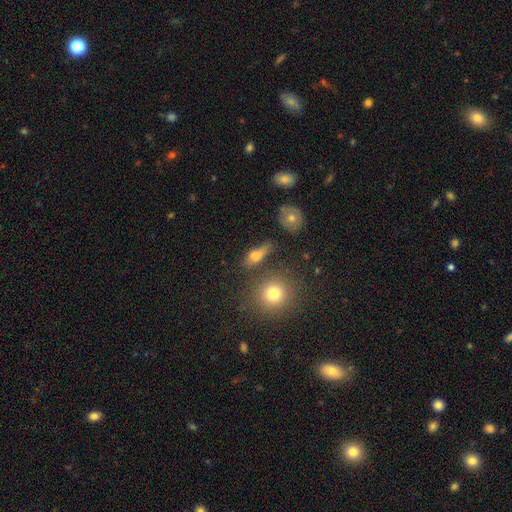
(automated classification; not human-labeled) smooth_or_featured: smooth (p=0.70) [alt: featured or disk p=0.15]
how_rounded: in between (p=0.54) [alt: cigar-shaped p=0.25]
merging: none (p=0.58) [alt: minor disturbance p=0.20]